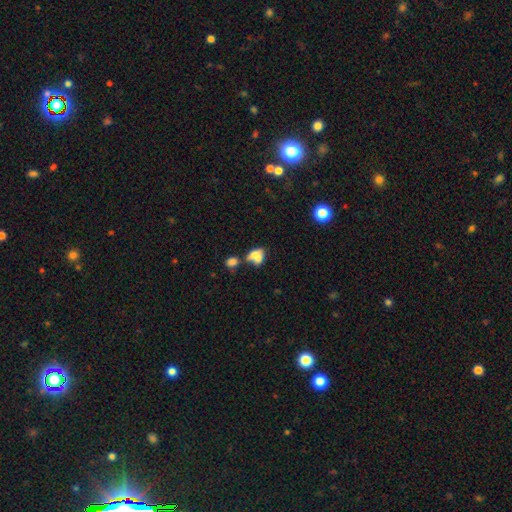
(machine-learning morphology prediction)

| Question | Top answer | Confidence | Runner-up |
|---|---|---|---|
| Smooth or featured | smooth | 65% | featured or disk (24%) |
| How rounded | in between | 74% | round (23%) |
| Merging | merger | 63% | none (19%) |